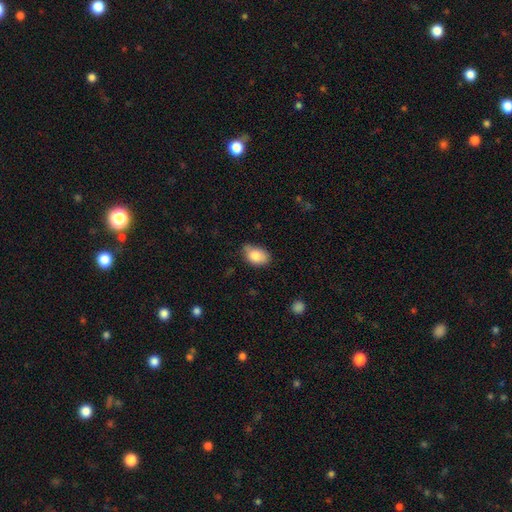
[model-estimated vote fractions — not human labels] This appears to be a smooth galaxy with no disk features (84%) that is in between round and cigar-shaped (85%). Merging: none (62%).